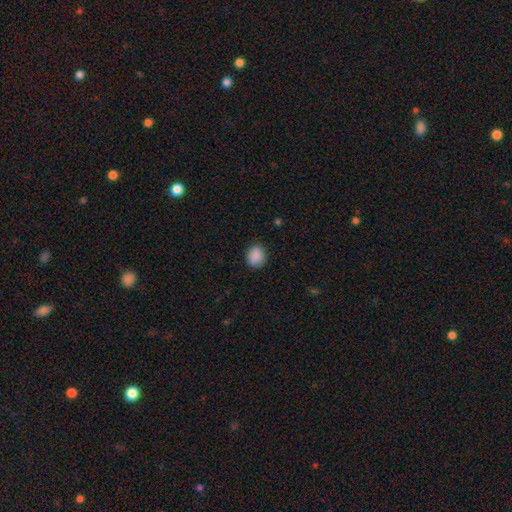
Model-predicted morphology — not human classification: smooth-or-featured: smooth: 89% | star or artifact: 8% | featured or disk: 3%
  how-rounded: round: 63% | in between: 37% | cigar-shaped: 1%
  merging: none: 87% | minor disturbance: 10% | major disturbance: 3% | merger: 1%